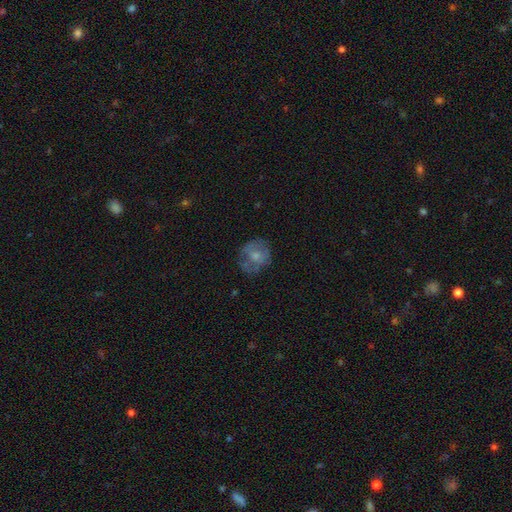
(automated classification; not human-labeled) Smooth or featured?
  - smooth: 57% *
  - featured or disk: 34%
  - star or artifact: 9%
How rounded?
  - round: 74% *
  - in between: 25%
  - cigar-shaped: 1%
Merging?
  - none: 61% *
  - minor disturbance: 23%
  - major disturbance: 15%
  - merger: 2%